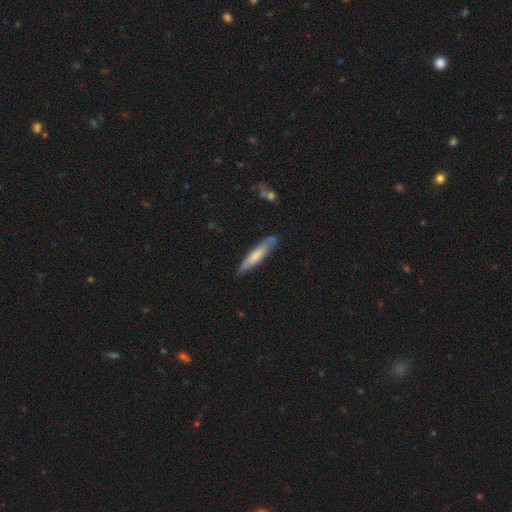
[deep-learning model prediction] Smooth or featured? Predicted: smooth (p=0.65). How rounded? Predicted: cigar-shaped (p=0.88). Merging? Predicted: none (p=0.82).